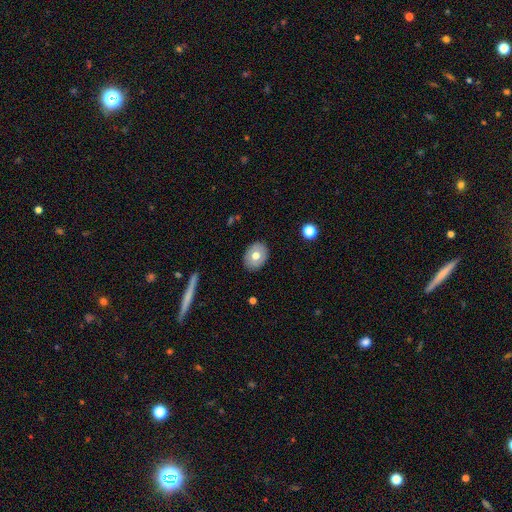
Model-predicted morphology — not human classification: smooth 67%, featured or disk 25%, star or artifact 7%. Down the decision tree: how rounded — in between (60%); merging — none (88%).